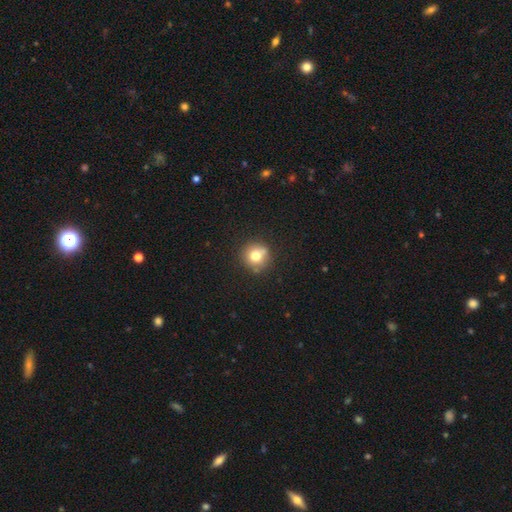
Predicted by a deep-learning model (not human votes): Smooth or featured: smooth — 74% (featured or disk — 14%)
How rounded: round — 93% (in between — 6%)
Merging: none — 79% (minor disturbance — 12%)